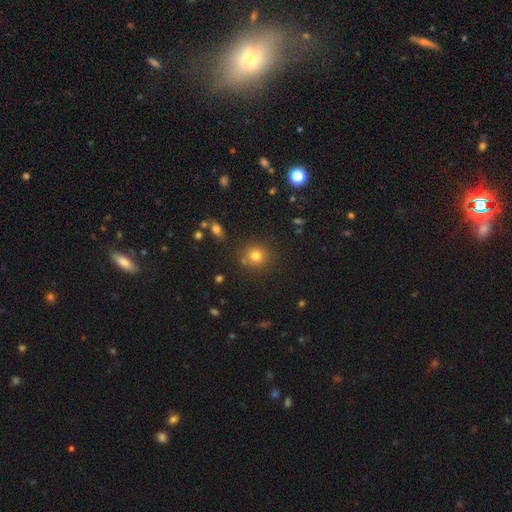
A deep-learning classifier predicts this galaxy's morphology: The model was most divided on "smooth or featured": smooth: 77%, star or artifact: 15%, featured or disk: 8%. More confident: how rounded — round (90%); merging — none (81%).